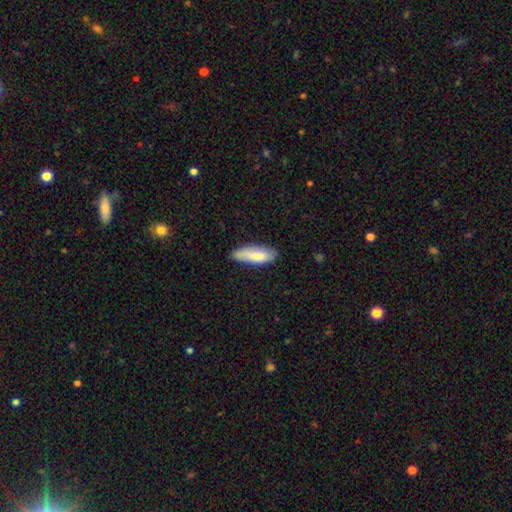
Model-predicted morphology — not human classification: smooth 81%, featured or disk 13%, star or artifact 6%. Down the decision tree: how rounded — in between (59%); merging — none (70%).